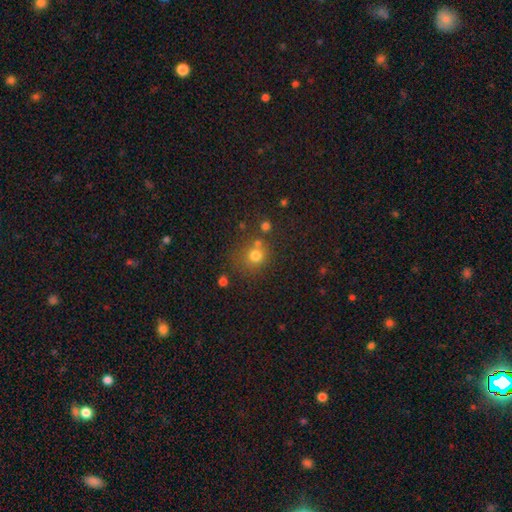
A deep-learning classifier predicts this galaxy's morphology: A smooth galaxy with no disk features (74%) that is round (86%). Merging: none (64%).